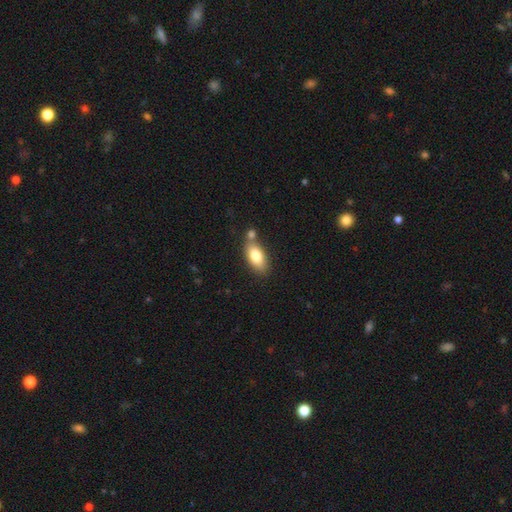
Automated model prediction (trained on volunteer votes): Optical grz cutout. It shows a smooth galaxy with no disk features (80%) that is in between round and cigar-shaped (89%). Merging: none (59%).